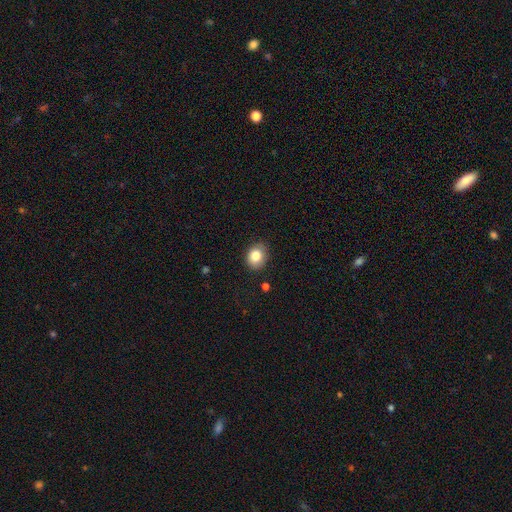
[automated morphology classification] This is clearly a smooth galaxy (82%). How rounded: possibly round (54%). Merging: clearly none (82%).